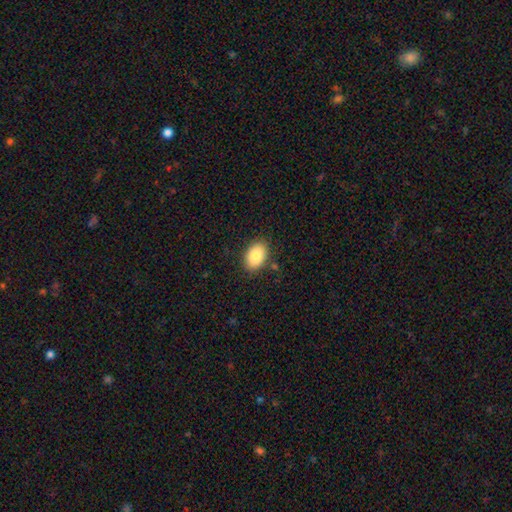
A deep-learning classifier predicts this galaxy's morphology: The model was most divided on "how rounded": in between: 85%, round: 14%, cigar-shaped: 1%. More confident: smooth or featured — smooth (85%); merging — none (85%).